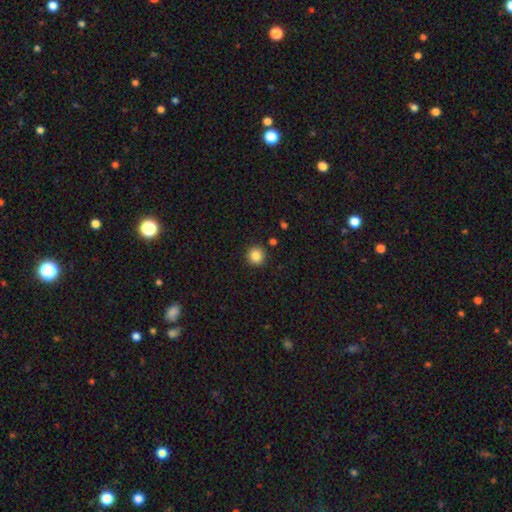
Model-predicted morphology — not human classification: smooth_or_featured: smooth (p=0.85) [alt: star or artifact p=0.10]
how_rounded: round (p=0.93) [alt: in between p=0.06]
merging: none (p=0.91) [alt: minor disturbance p=0.06]